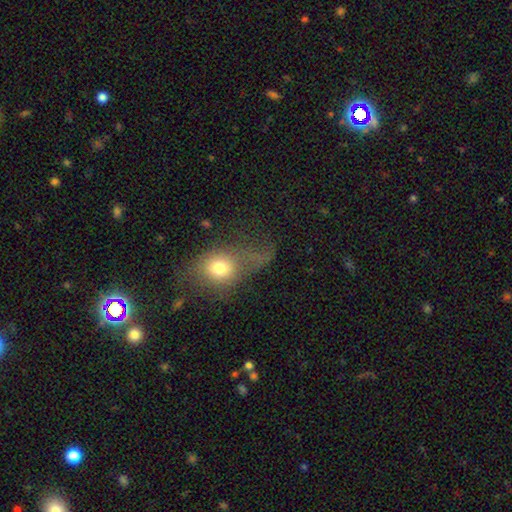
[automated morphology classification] This appears to be a smooth galaxy with no disk features (59%) that is round (55%). Merging: major disturbance (35%).